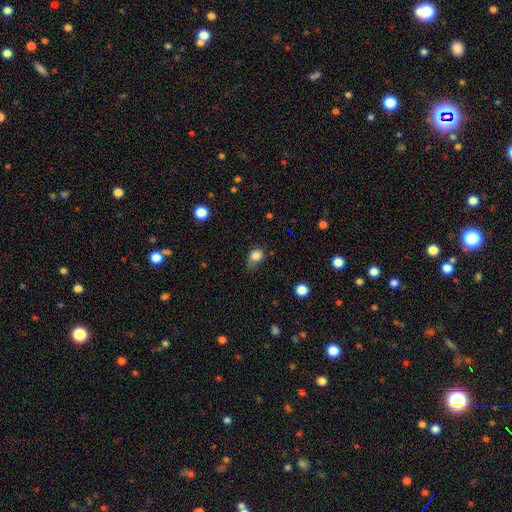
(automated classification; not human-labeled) The model was most divided on "how rounded": in between: 52%, round: 46%, cigar-shaped: 1%. More confident: smooth or featured — smooth (83%); merging — none (51%).